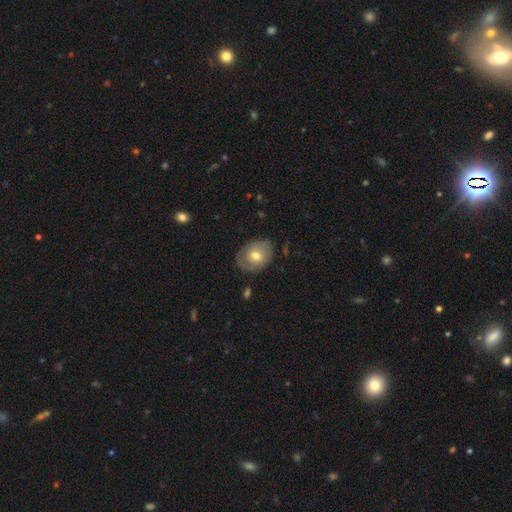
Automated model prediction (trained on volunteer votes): A smooth galaxy with no disk features (60%) that is in between round and cigar-shaped (61%). Merging: none (74%).